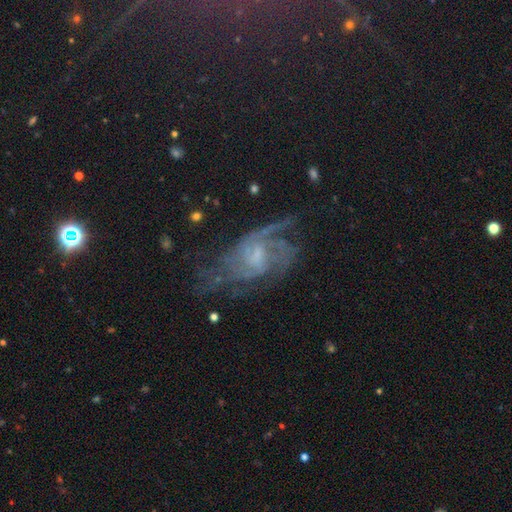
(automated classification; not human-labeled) Q: Smooth or featured?
A: featured or disk (77%); runner-up: star or artifact (12%)
Q: Edge-on disk?
A: no (95%); runner-up: yes (5%)
Q: Bar?
A: weak (48%); runner-up: no (43%)
Q: Spiral arms?
A: yes (89%); runner-up: no (11%)
Q: Spiral winding?
A: medium (46%); runner-up: tight (28%)
Q: Spiral arm count?
A: can't tell (33%); runner-up: 2 (31%)
Q: Bulge size?
A: small (47%); runner-up: moderate (32%)
Q: Merging?
A: none (51%); runner-up: major disturbance (26%)